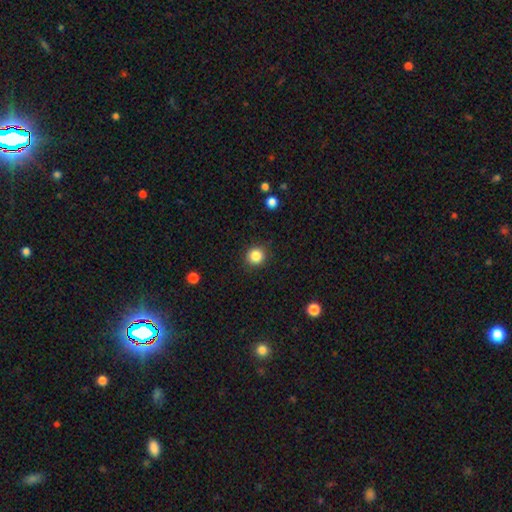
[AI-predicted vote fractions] A smooth galaxy with no disk features (85%) that is round (91%). Merging: none (89%).